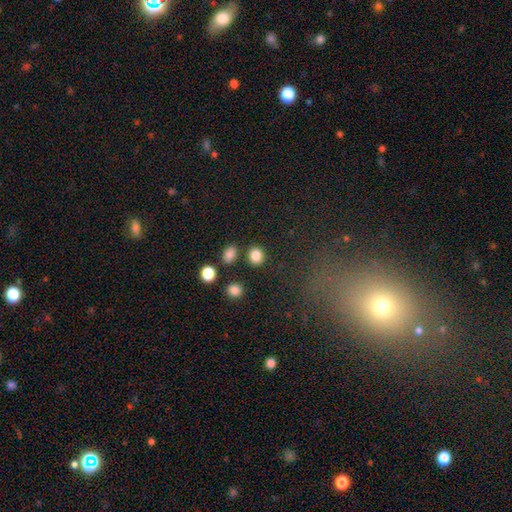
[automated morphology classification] Overall: smooth (85%). How rounded: round (73%). Merging: none (82%).